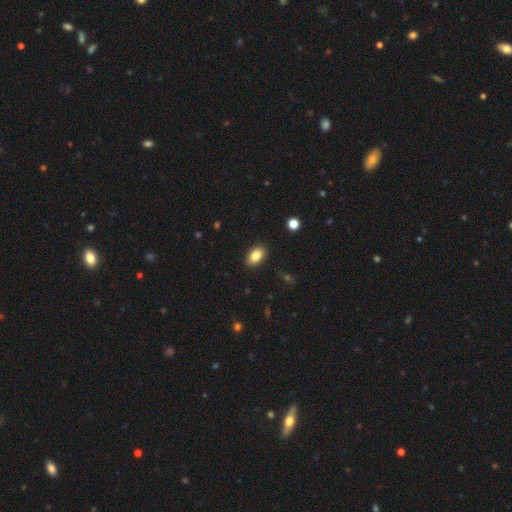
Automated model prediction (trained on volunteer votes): Q: Smooth or featured?
A: smooth (85%); runner-up: star or artifact (8%)
Q: How rounded?
A: in between (90%); runner-up: round (8%)
Q: Merging?
A: none (89%); runner-up: minor disturbance (8%)